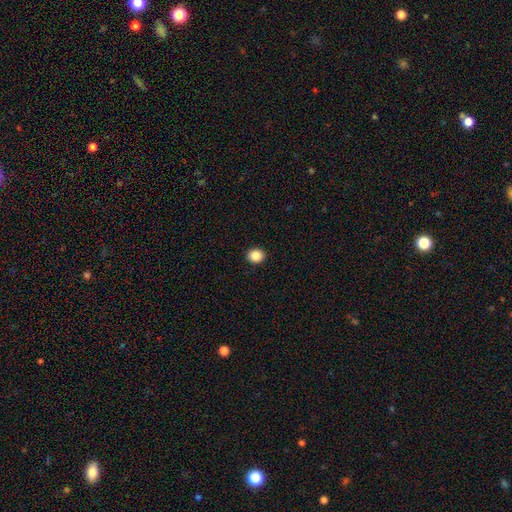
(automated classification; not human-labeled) The model was most divided on "how rounded": round: 65%, in between: 35%, cigar-shaped: 1%. More confident: merging — none (92%); smooth or featured — smooth (87%).